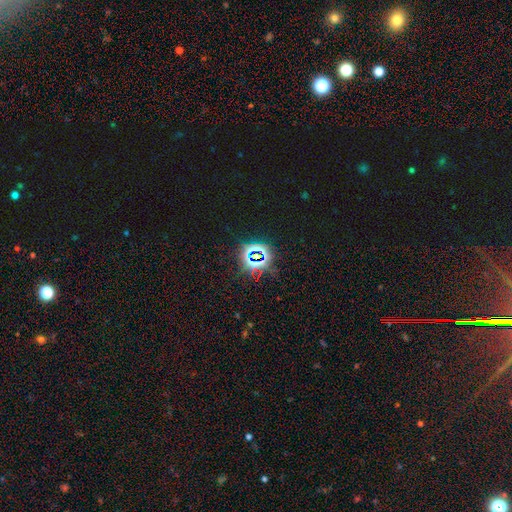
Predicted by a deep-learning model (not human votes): Q: Smooth or featured?
A: star or artifact (79%); runner-up: smooth (13%)